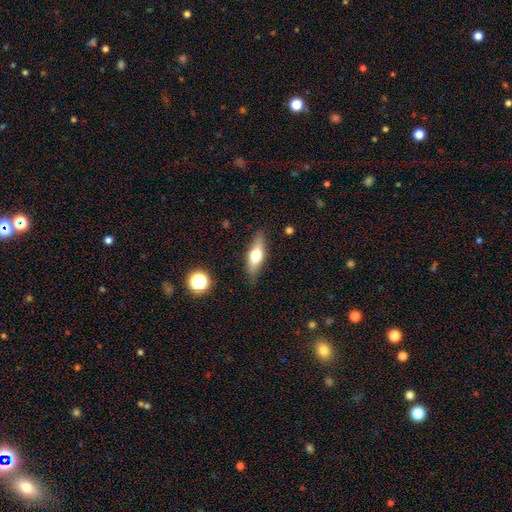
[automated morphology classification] smooth-or-featured: smooth: 57% | featured or disk: 36% | star or artifact: 7%
  how-rounded: in between: 53% | cigar-shaped: 43% | round: 4%
  merging: none: 84% | minor disturbance: 12% | major disturbance: 3% | merger: 2%